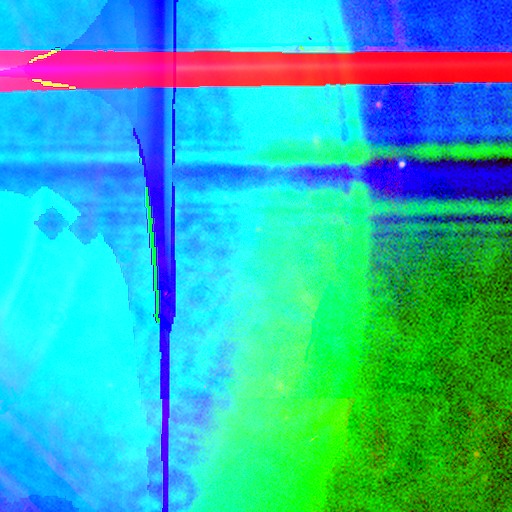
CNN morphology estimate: The model was most divided on "smooth or featured": star or artifact: 86%, featured or disk: 8%, smooth: 6%.